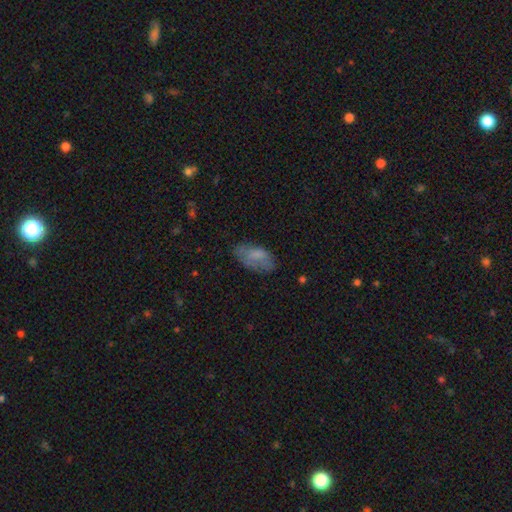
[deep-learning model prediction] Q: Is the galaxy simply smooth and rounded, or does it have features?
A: smooth — 70%.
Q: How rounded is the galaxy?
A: in between — 92%.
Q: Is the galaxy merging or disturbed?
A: none — 59%.